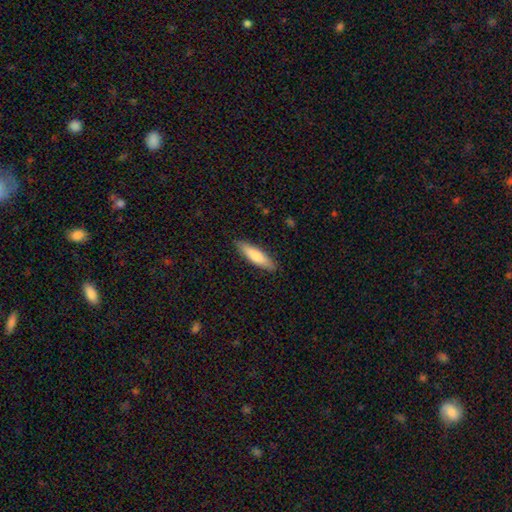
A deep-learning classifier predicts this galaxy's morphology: Smooth or featured? smooth (78%)
How rounded? cigar-shaped (71%)
Merging? none (88%)